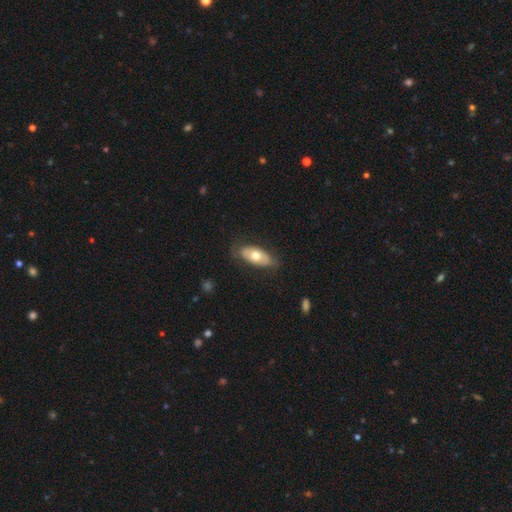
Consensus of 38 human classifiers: smooth-or-featured: smooth: 50% | featured or disk: 47% | star or artifact: 3%
  how-rounded: in between: 89% | round: 11% | cigar-shaped: 0%
  merging: none: 73% | minor disturbance: 22% | major disturbance: 5% | merger: 0%